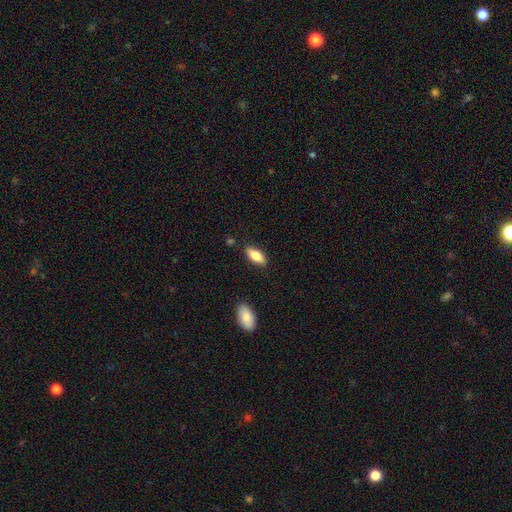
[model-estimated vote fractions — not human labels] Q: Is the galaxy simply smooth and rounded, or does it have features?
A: smooth — 77%.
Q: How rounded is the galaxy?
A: in between — 81%.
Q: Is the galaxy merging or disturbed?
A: none — 83%.